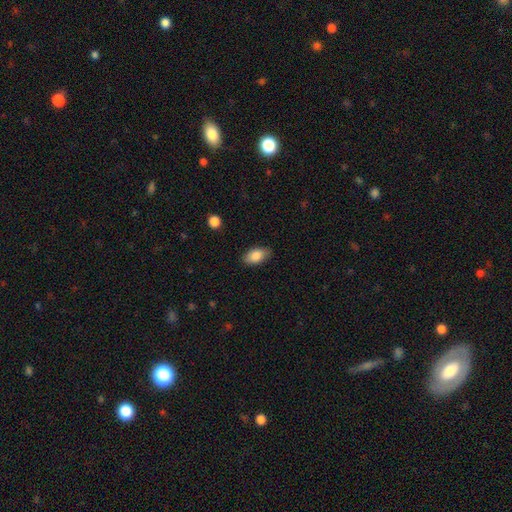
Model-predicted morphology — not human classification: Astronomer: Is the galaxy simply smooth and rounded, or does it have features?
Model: smooth — 86%.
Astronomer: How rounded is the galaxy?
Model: in between — 93%.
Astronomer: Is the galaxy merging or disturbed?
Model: none — 85%.